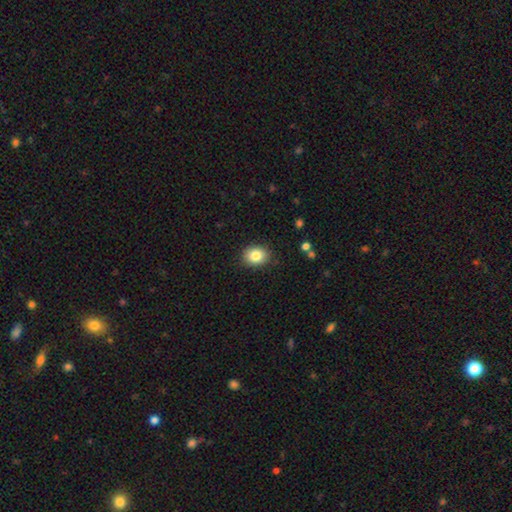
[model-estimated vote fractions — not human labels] This appears to be a smooth galaxy with no disk features (84%) that is round (52%). Merging: none (88%).